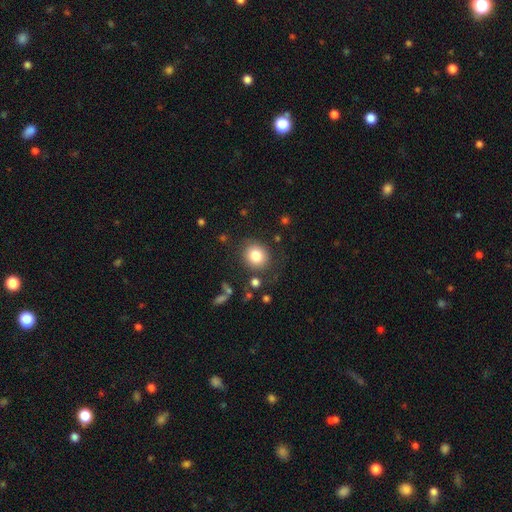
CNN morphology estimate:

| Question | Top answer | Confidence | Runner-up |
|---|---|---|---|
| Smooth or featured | smooth | 81% | star or artifact (10%) |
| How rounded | round | 83% | in between (16%) |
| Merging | none | 81% | minor disturbance (11%) |